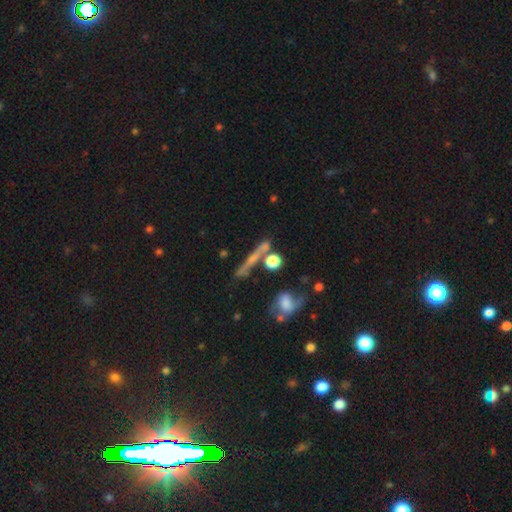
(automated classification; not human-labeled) This appears to be a featured or disk galaxy (51%) viewed edge-on (86%). Merging: none (66%).